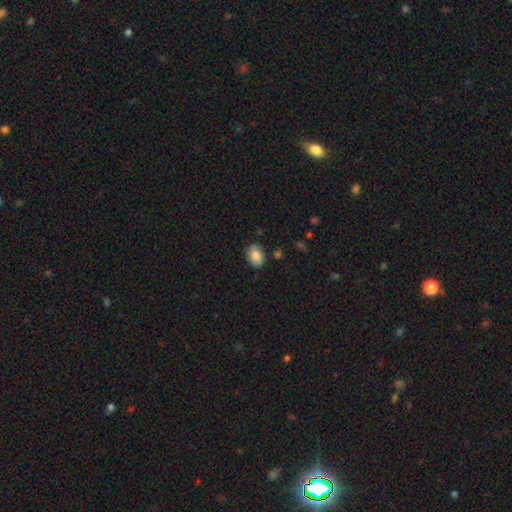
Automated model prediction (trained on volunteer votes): smooth_or_featured: smooth (p=0.83) [alt: featured or disk p=0.10]
how_rounded: in between (p=0.76) [alt: round p=0.23]
merging: none (p=0.77) [alt: minor disturbance p=0.18]